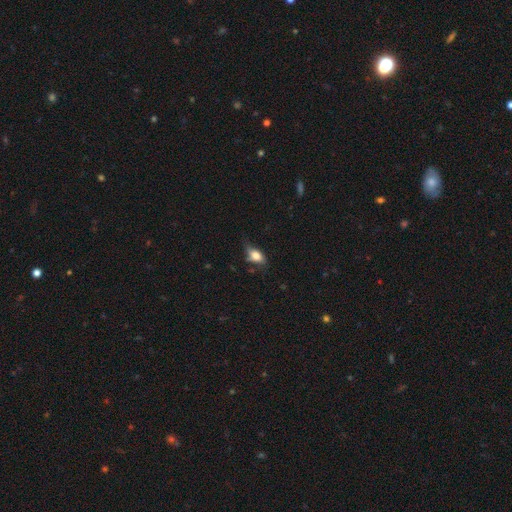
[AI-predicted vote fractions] A smooth galaxy with no disk features (70%) that is in between round and cigar-shaped (82%).

Vote fractions:
- Smooth or featured? smooth: 70% / featured or disk: 21% / star or artifact: 9%
- How rounded? in between: 82% / cigar-shaped: 10% / round: 8%
- Merging? none: 52% / minor disturbance: 33% / major disturbance: 11% / merger: 4%